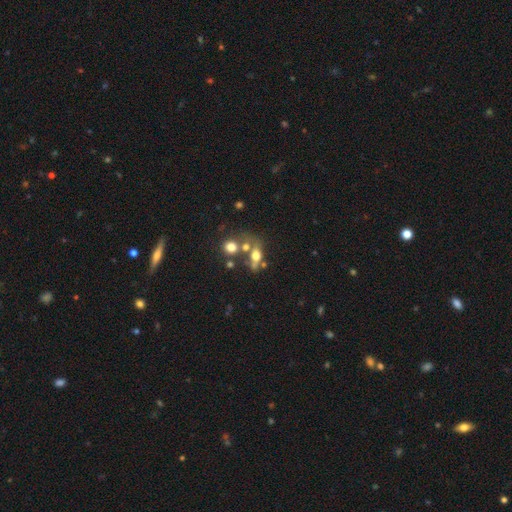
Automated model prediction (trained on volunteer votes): A smooth galaxy with no disk features (55%) that is in between round and cigar-shaped (58%). Merging: merger (41%).